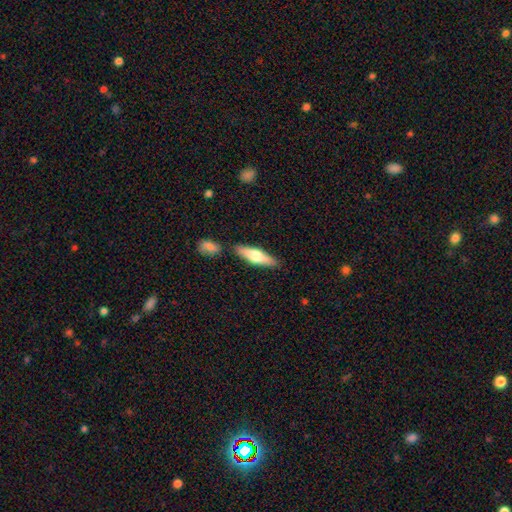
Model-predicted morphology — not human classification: smooth_or_featured: smooth (p=0.55) [alt: featured or disk p=0.40]
how_rounded: cigar-shaped (p=0.59) [alt: in between p=0.39]
merging: none (p=0.81) [alt: minor disturbance p=0.10]